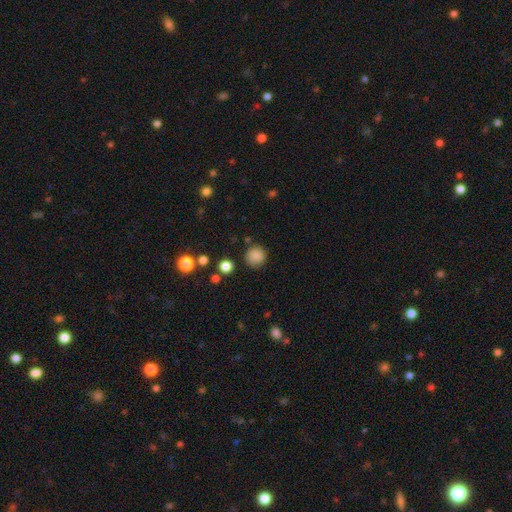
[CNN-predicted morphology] Smooth or featured? Predicted: smooth (p=0.85). How rounded? Predicted: round (p=0.91). Merging? Predicted: none (p=0.83).